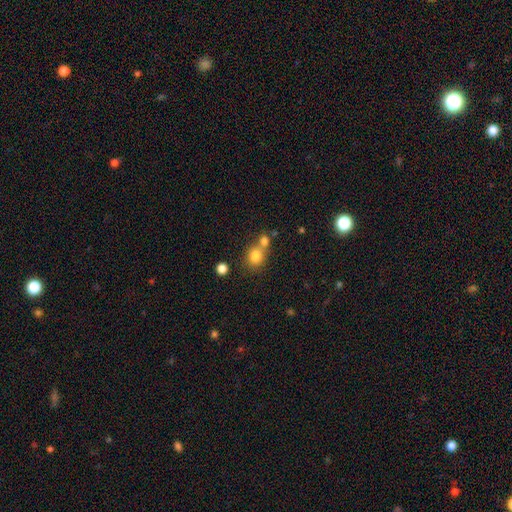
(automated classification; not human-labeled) Overall: smooth (80%). How rounded: round (77%). Merging: none (49%; merger 39%).